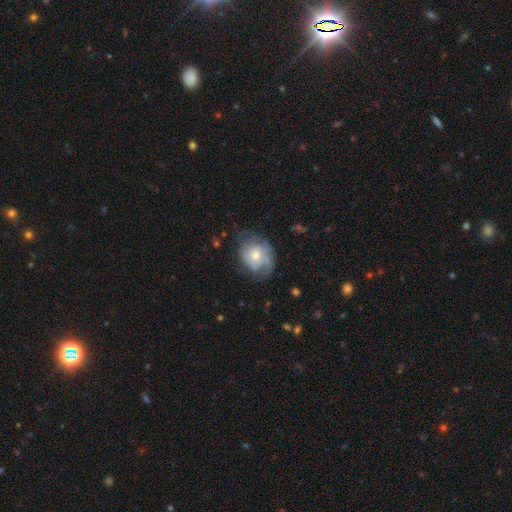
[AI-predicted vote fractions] featured or disk 53%, smooth 39%, star or artifact 7%. Down the decision tree: edge-on disk — no (97%); bar — no (78%); spiral arms — yes (73%); bulge size — small (46%); merging — none (53%).